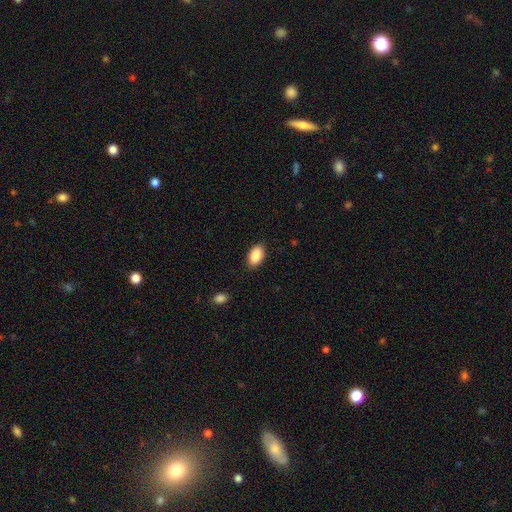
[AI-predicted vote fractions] Smooth or featured: smooth — 89% (star or artifact — 7%)
How rounded: in between — 93% (round — 6%)
Merging: none — 87% (minor disturbance — 9%)